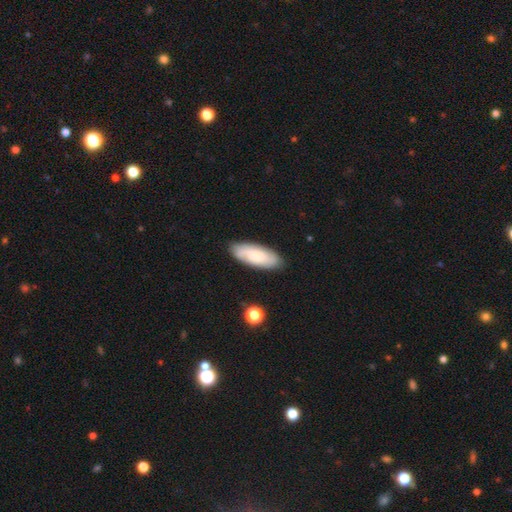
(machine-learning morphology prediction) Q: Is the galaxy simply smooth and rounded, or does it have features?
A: smooth — 65%.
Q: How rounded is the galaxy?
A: in between — 75%.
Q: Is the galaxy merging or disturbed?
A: none — 84%.